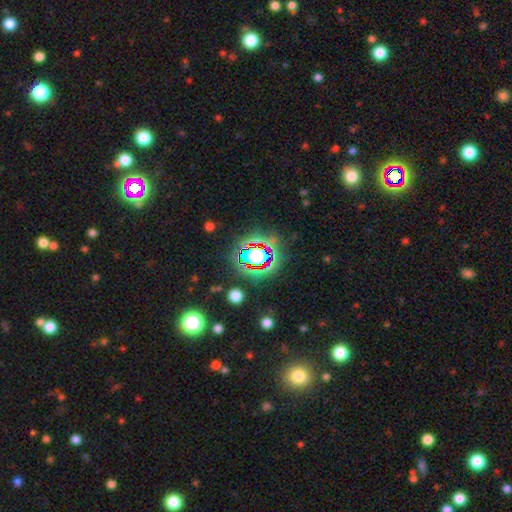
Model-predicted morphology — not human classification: Smooth or featured? Predicted: star or artifact (p=0.61).